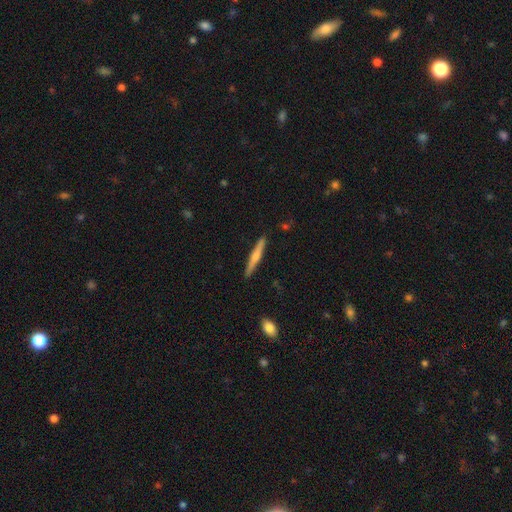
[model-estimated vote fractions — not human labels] This appears to be a featured or disk galaxy (53%) viewed edge-on (97%) with a rounded central bulge (75%). Merging: none (90%).